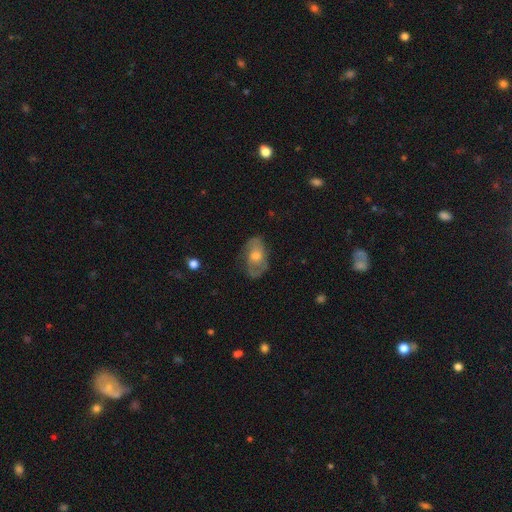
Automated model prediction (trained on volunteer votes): Smooth or featured?
  - featured or disk: 60% *
  - smooth: 32%
  - star or artifact: 8%
Edge-on disk?
  - no: 93% *
  - yes: 7%
Bar?
  - no: 73% *
  - weak: 23%
  - strong: 5%
Spiral arms?
  - yes: 70% *
  - no: 30%
Bulge size?
  - moderate: 67% *
  - small: 19%
  - large: 10%
  - none: 2%
  - dominant: 1%
Merging?
  - none: 71% *
  - minor disturbance: 20%
  - major disturbance: 8%
  - merger: 1%